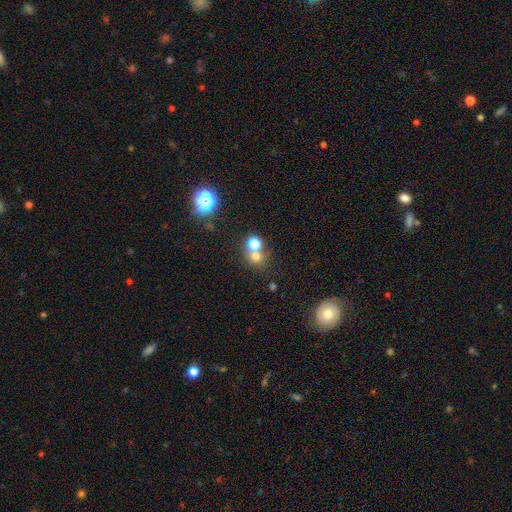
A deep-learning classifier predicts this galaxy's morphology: A smooth galaxy with no disk features (67%) that is round (82%). Merging: none (49%).